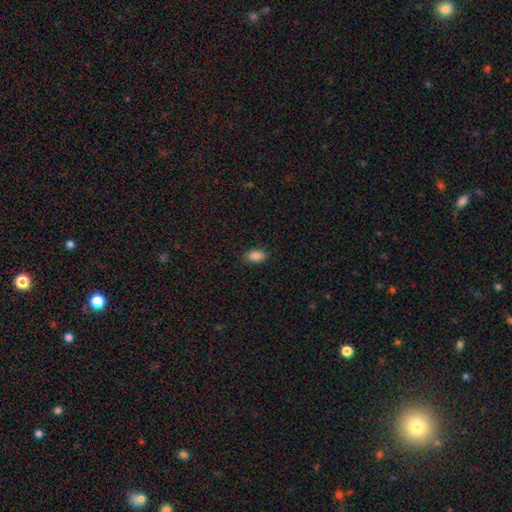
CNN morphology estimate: smooth-or-featured: smooth: 88% | star or artifact: 8% | featured or disk: 3%
  how-rounded: in between: 90% | round: 9% | cigar-shaped: 2%
  merging: none: 88% | minor disturbance: 9% | major disturbance: 2% | merger: 1%